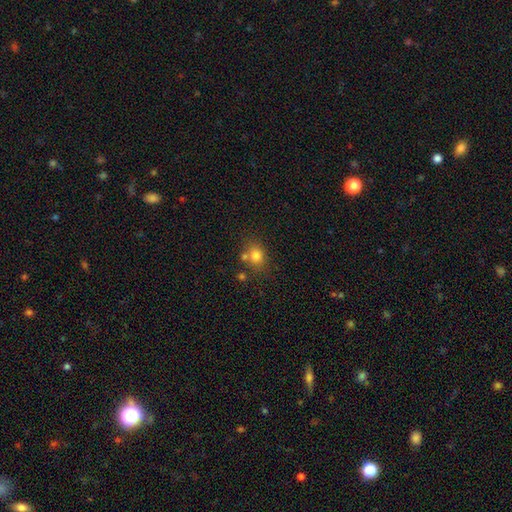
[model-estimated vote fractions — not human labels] Q: Smooth or featured?
A: smooth (77%); runner-up: star or artifact (13%)
Q: How rounded?
A: round (66%); runner-up: in between (33%)
Q: Merging?
A: none (62%); runner-up: merger (21%)